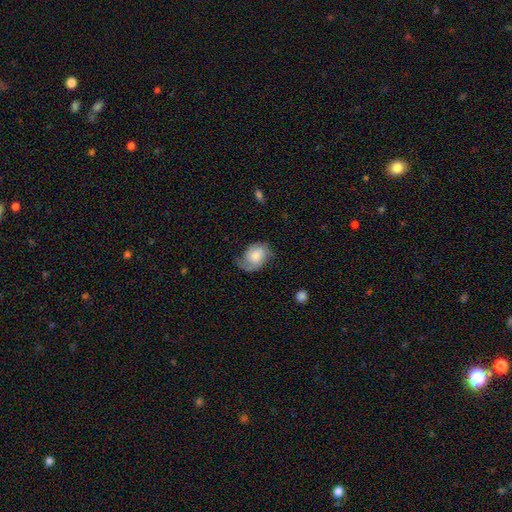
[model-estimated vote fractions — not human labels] Smooth or featured? featured or disk (54%)
Edge-on disk? no (97%)
Bar? no (69%)
Spiral arms? yes (89%)
Bulge size? moderate (48%)
Merging? none (51%)